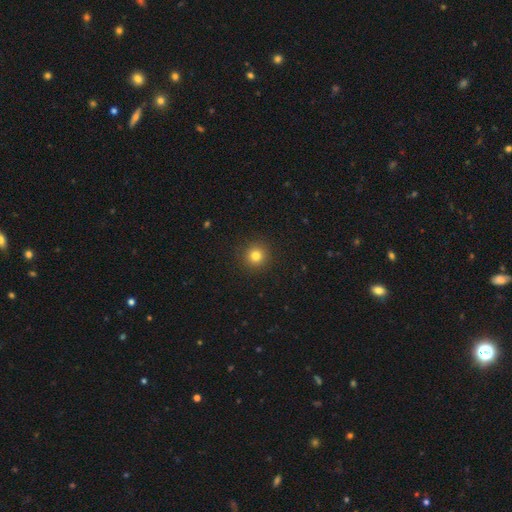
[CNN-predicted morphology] A smooth galaxy with no disk features (80%) that is round (94%).

Vote fractions:
- Smooth or featured? smooth: 80% / star or artifact: 13% / featured or disk: 7%
- How rounded? round: 94% / in between: 5% / cigar-shaped: 1%
- Merging? none: 92% / minor disturbance: 5% / major disturbance: 2% / merger: 1%